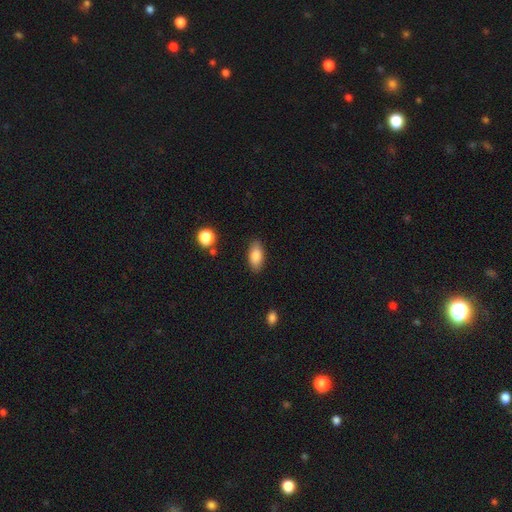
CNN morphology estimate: The model was most divided on "merging": none: 86%, minor disturbance: 10%, major disturbance: 2%, merger: 2%. More confident: how rounded — in between (88%); smooth or featured — smooth (84%).